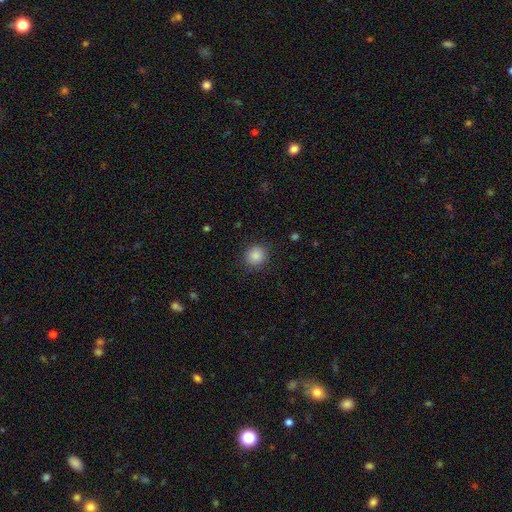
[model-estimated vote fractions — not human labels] smooth 87%, star or artifact 9%, featured or disk 4%. Down the decision tree: how rounded — round (89%); merging — none (88%).